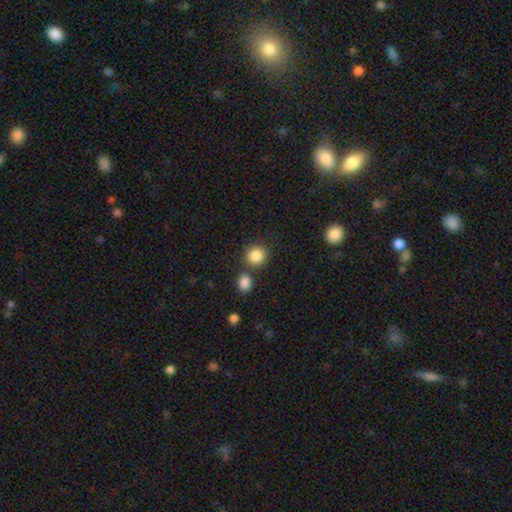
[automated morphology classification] type=smooth (87%); roundness=round (88%); merging=none (75%).